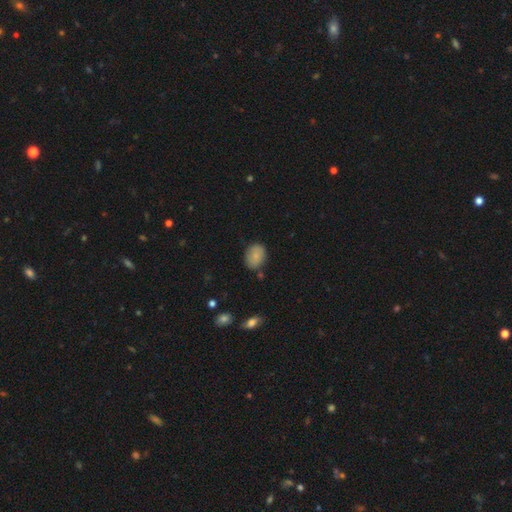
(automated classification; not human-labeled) This appears to be a smooth galaxy with no disk features (84%) that is in between round and cigar-shaped (72%). Merging: none (76%).